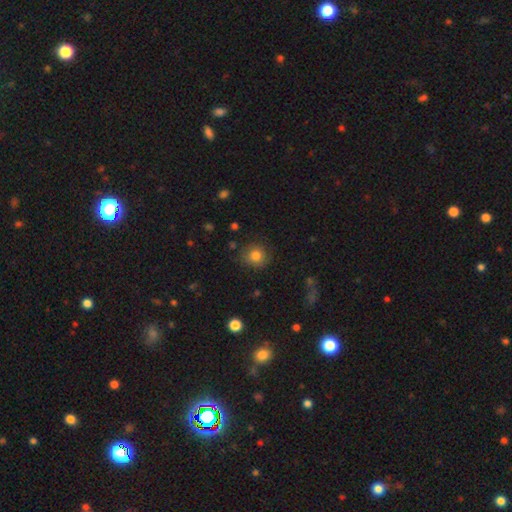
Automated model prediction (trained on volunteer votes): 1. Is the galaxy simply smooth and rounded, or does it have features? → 82% smooth, 10% star or artifact, 7% featured or disk.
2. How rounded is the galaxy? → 87% round, 12% in between, 1% cigar-shaped.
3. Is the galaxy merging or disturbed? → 80% none, 14% minor disturbance, 4% major disturbance, 2% merger.